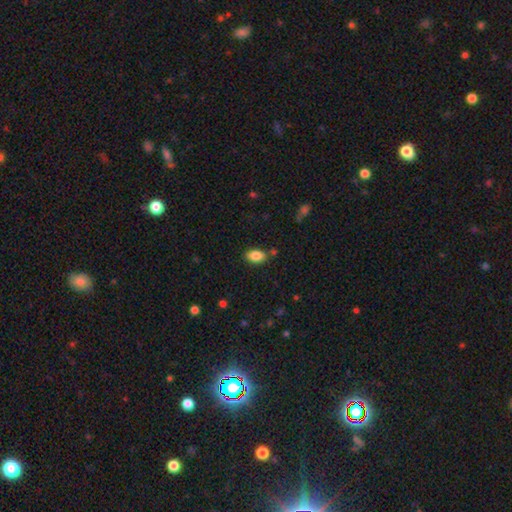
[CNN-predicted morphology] The model was most divided on "merging": none: 82%, minor disturbance: 12%, merger: 4%, major disturbance: 3%. More confident: how rounded — in between (91%); smooth or featured — smooth (86%).